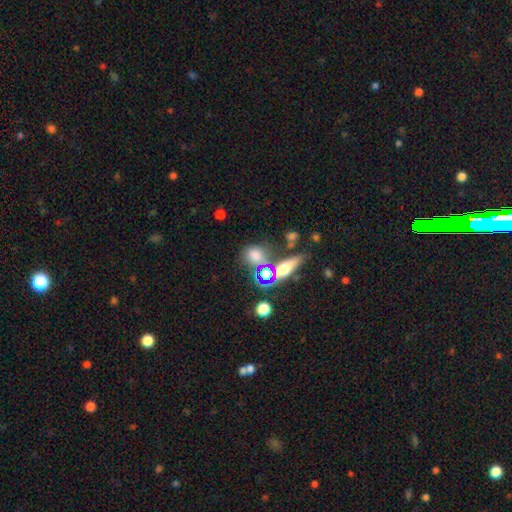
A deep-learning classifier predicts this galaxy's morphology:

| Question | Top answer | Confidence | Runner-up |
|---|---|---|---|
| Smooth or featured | smooth | 65% | star or artifact (23%) |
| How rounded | round | 59% | in between (36%) |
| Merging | none | 61% | merger (19%) |